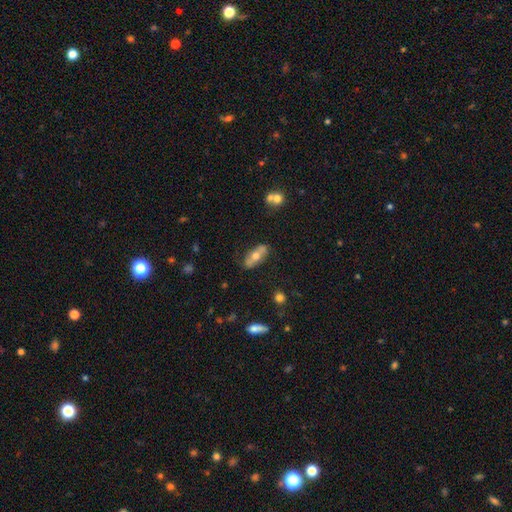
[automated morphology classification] The model was most divided on "smooth or featured": smooth: 50%, featured or disk: 43%, star or artifact: 7%. More confident: merging — none (75%); how rounded — in between (72%).